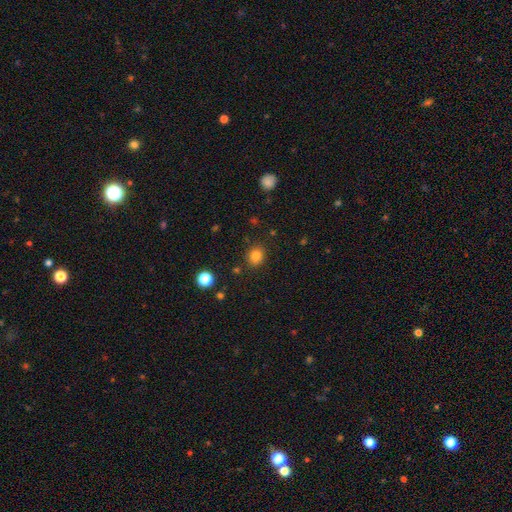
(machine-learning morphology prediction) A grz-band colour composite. It shows a smooth galaxy with no disk features (83%) that is round (73%). Merging: none (85%).